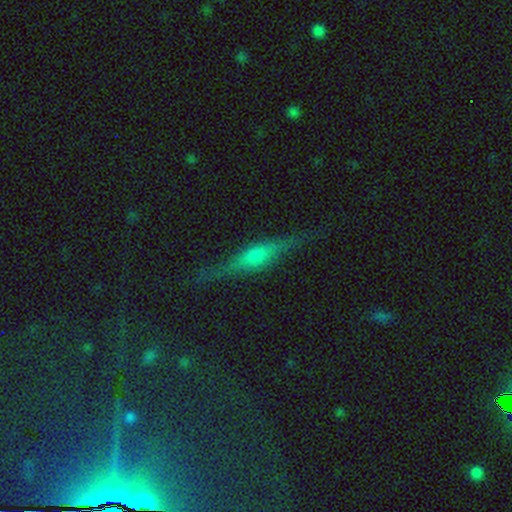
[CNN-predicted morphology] Smooth or featured? Predicted: featured or disk (p=0.61). Edge-on disk? Predicted: yes (p=0.94). Edge-on bulge? Predicted: rounded (p=0.71). Merging? Predicted: none (p=0.81).